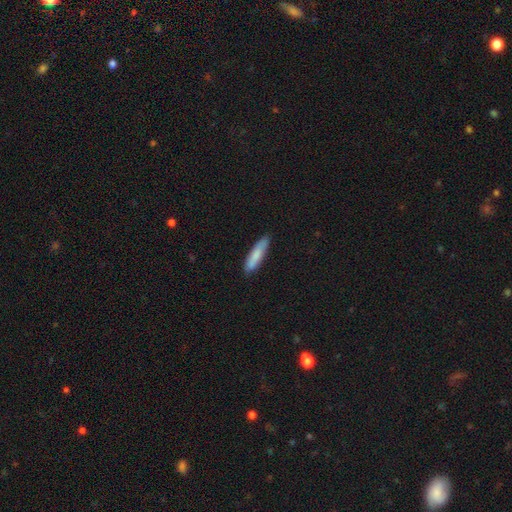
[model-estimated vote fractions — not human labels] Overall: smooth (80%). How rounded: cigar-shaped (78%). Merging: none (84%).